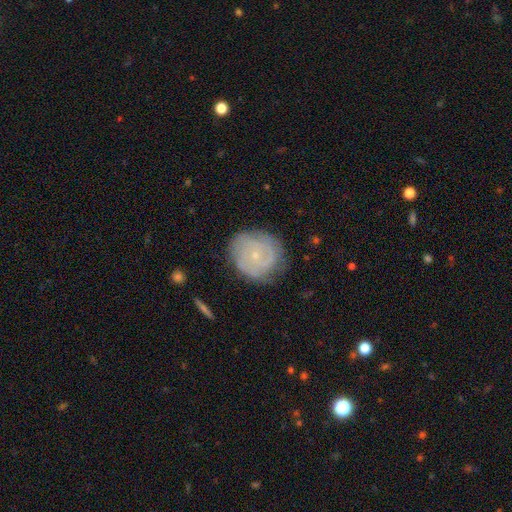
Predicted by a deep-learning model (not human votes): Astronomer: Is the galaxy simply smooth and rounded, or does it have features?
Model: featured or disk — 69%.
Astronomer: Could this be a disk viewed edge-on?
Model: no — 98%.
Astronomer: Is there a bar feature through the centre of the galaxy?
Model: no — 76%.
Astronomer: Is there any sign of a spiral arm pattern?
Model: yes — 86%.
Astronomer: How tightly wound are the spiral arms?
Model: tight — 66%.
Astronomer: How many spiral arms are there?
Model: can't tell — 38% (runner-up: 2, 29%).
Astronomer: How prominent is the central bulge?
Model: small — 82%.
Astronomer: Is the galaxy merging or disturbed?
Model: none — 76%.